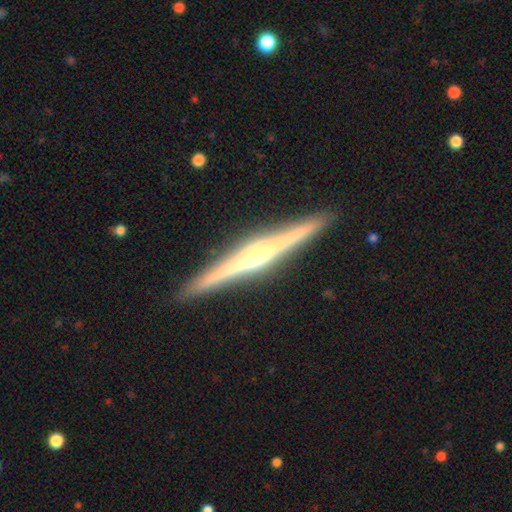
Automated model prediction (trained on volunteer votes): This is clearly a featured or disk galaxy (83%). It is clearly viewed edge-on (99%). Edge-on bulge: clearly rounded (85%). Merging: clearly none (92%).